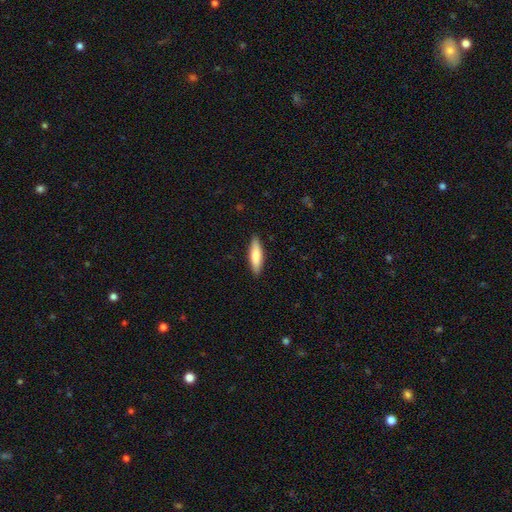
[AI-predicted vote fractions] Smooth or featured: smooth — 75% (featured or disk — 20%)
How rounded: cigar-shaped — 63% (in between — 36%)
Merging: none — 88% (minor disturbance — 9%)